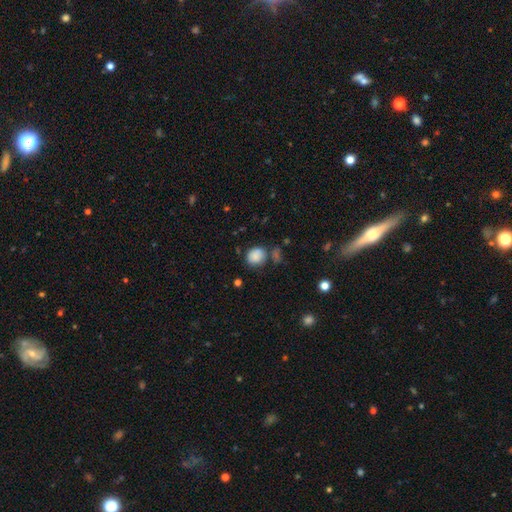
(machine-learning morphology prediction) This is clearly a smooth galaxy (85%). How rounded: likely round (68%). Merging: likely none (63%).